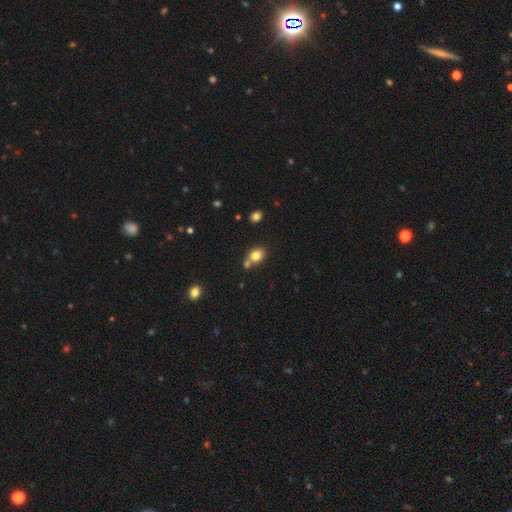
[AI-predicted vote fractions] This is clearly a smooth galaxy (80%). How rounded: possibly round (55%). Merging: possibly none (55%).